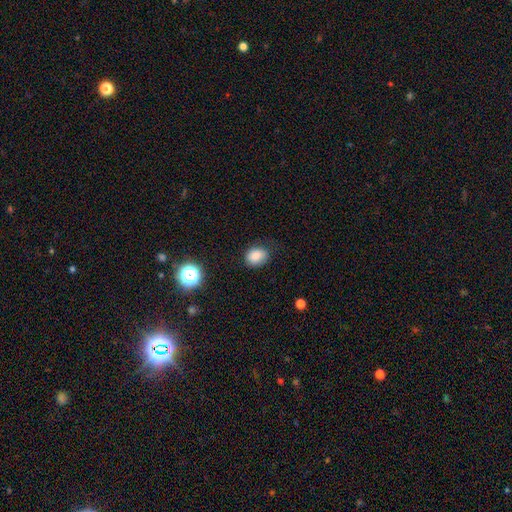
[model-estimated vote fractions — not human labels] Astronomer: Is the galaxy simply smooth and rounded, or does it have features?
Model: smooth — 84%.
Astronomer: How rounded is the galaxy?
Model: in between — 58% (runner-up: round, 41%).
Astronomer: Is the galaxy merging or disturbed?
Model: none — 76%.